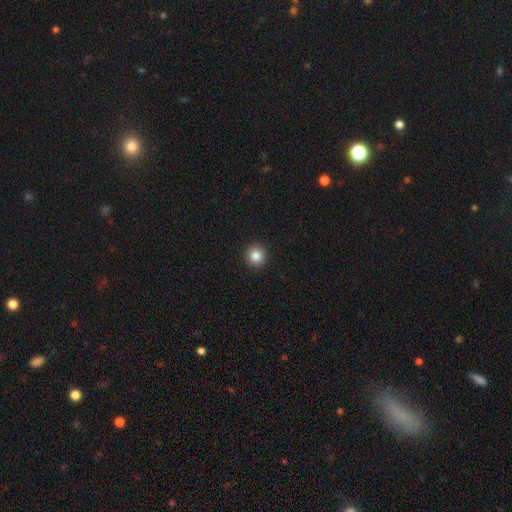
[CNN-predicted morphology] Overall: smooth (86%). How rounded: round (95%). Merging: none (93%).